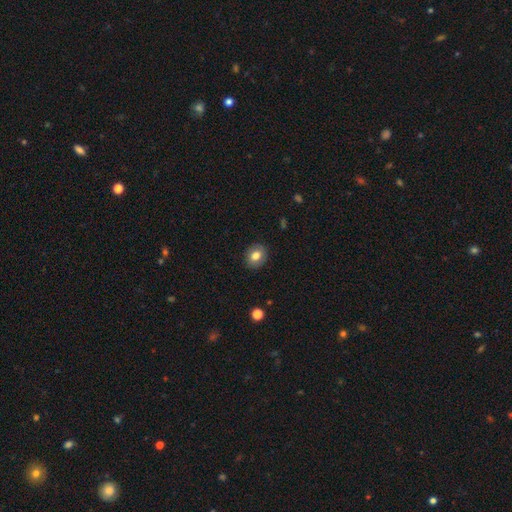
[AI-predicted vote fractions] Smooth or featured? smooth (79%)
How rounded? round (59%)
Merging? none (89%)